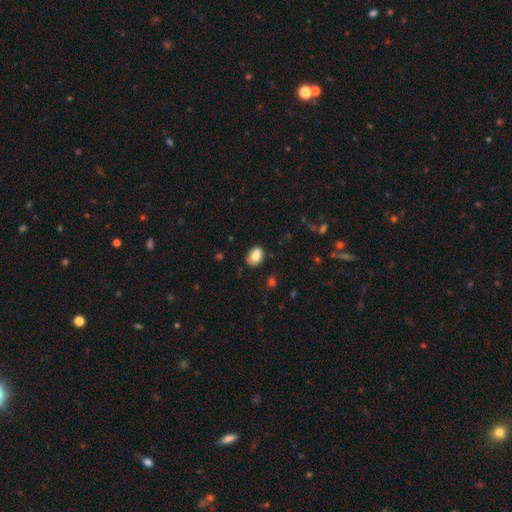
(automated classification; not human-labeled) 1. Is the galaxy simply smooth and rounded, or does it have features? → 79% smooth, 13% featured or disk, 8% star or artifact.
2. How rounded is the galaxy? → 67% in between, 32% round, 1% cigar-shaped.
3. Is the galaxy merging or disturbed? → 78% none, 16% minor disturbance, 3% major disturbance, 3% merger.